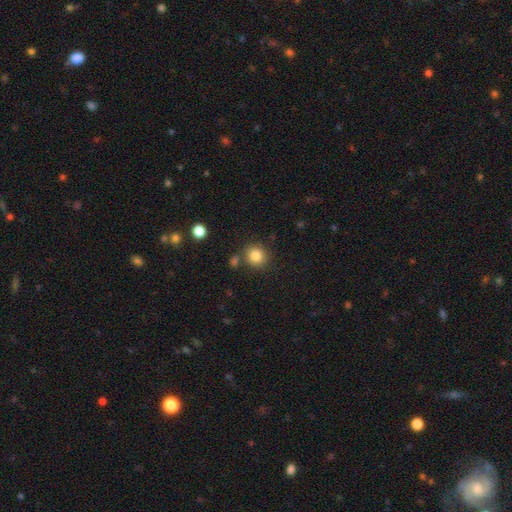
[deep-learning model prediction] Smooth or featured? smooth (83%)
How rounded? round (88%)
Merging? none (80%)